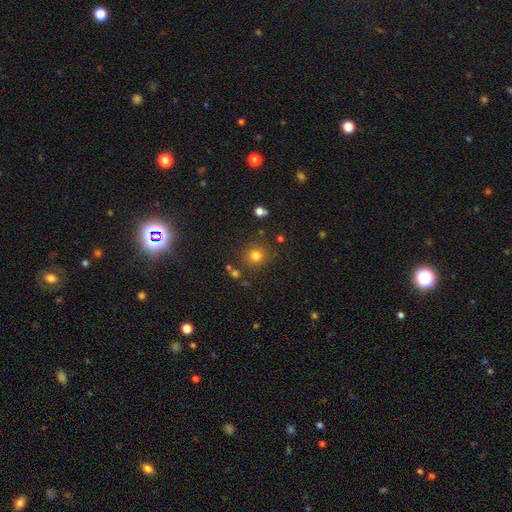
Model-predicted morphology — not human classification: smooth 78%, star or artifact 15%, featured or disk 7%. Down the decision tree: how rounded — round (92%); merging — none (84%).